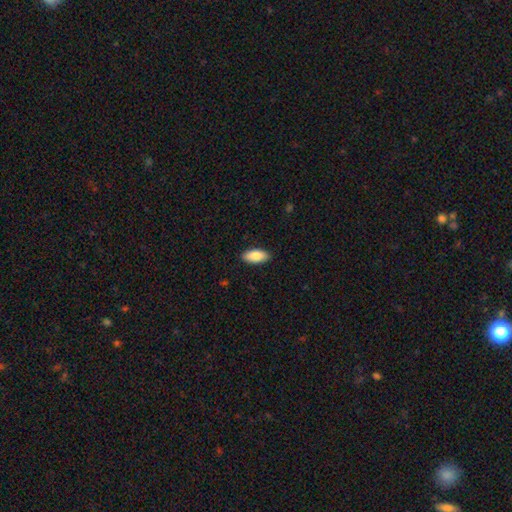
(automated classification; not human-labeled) Morphology: type=smooth (85%); roundness=in between (91%); merging=none (89%).